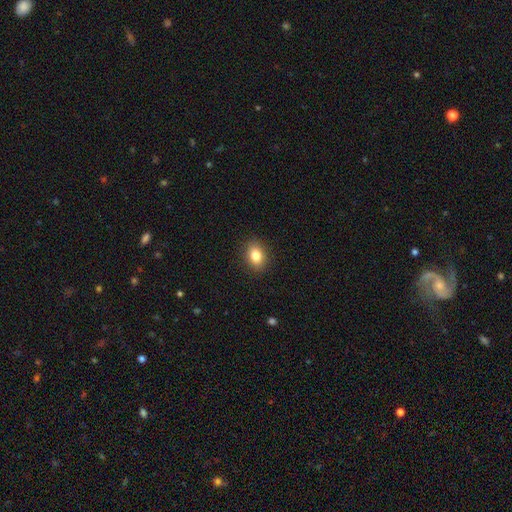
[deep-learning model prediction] Smooth or featured? smooth (83%)
How rounded? in between (71%)
Merging? none (90%)